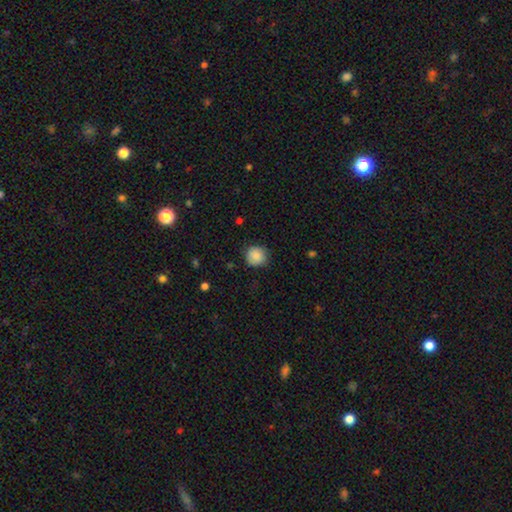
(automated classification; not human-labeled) A smooth galaxy with no disk features (87%) that is round (90%). Merging: none (83%).